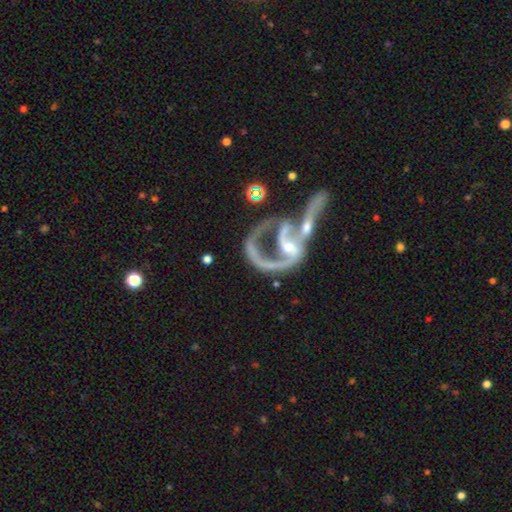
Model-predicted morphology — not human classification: Smooth or featured: featured or disk — 83% (smooth — 9%)
Edge-on disk: no — 96% (yes — 4%)
Bar: no — 50% (weak — 29%)
Spiral arms: yes — 77% (no — 23%)
Spiral winding: loose — 55% (medium — 33%)
Spiral arm count: 2 — 45% (1 — 39%)
Bulge size: small — 50% (moderate — 35%)
Merging: merger — 53% (major disturbance — 26%)